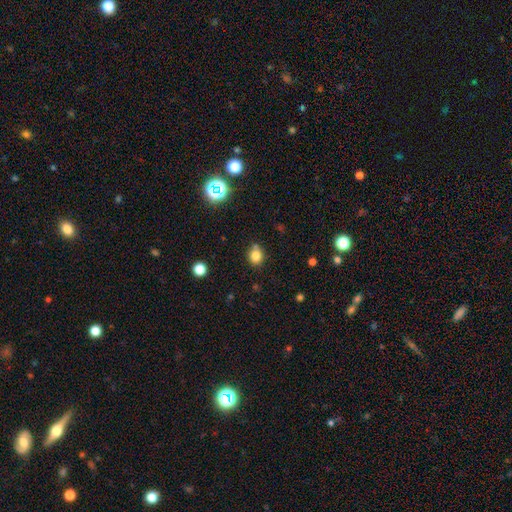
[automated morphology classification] Smooth or featured?
  - smooth: 79% *
  - star or artifact: 14%
  - featured or disk: 6%
How rounded?
  - round: 74% *
  - in between: 25%
  - cigar-shaped: 1%
Merging?
  - none: 74% *
  - minor disturbance: 13%
  - merger: 9%
  - major disturbance: 3%